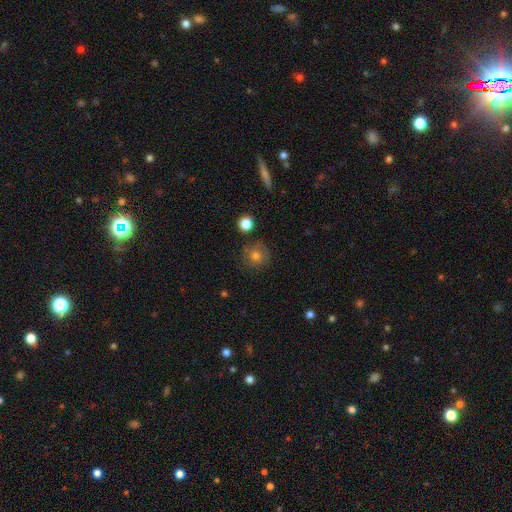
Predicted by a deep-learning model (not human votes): smooth-or-featured: smooth: 72% | featured or disk: 16% | star or artifact: 12%
  how-rounded: round: 92% | in between: 7% | cigar-shaped: 1%
  merging: none: 78% | minor disturbance: 15% | major disturbance: 5% | merger: 3%